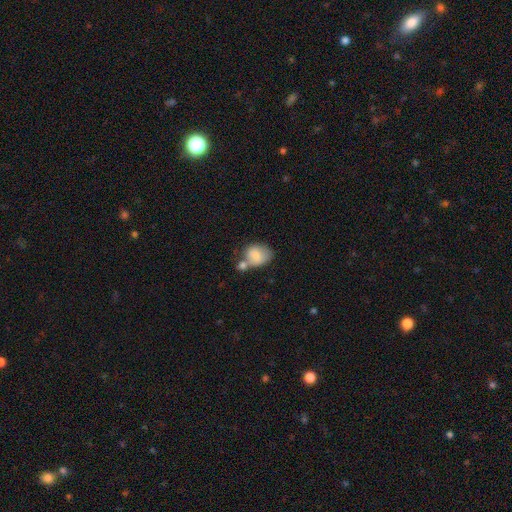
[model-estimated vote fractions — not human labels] Q: Smooth or featured?
A: smooth (79%); runner-up: featured or disk (14%)
Q: How rounded?
A: in between (61%); runner-up: round (38%)
Q: Merging?
A: merger (44%); runner-up: none (29%)